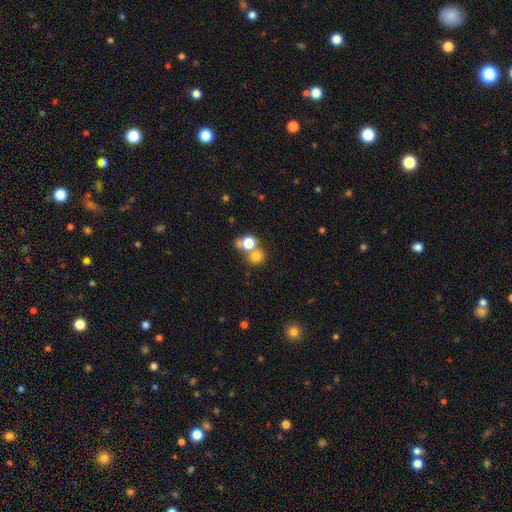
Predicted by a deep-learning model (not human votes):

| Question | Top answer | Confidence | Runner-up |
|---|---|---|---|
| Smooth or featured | smooth | 75% | star or artifact (16%) |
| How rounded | round | 80% | in between (19%) |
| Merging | none | 49% | merger (38%) |